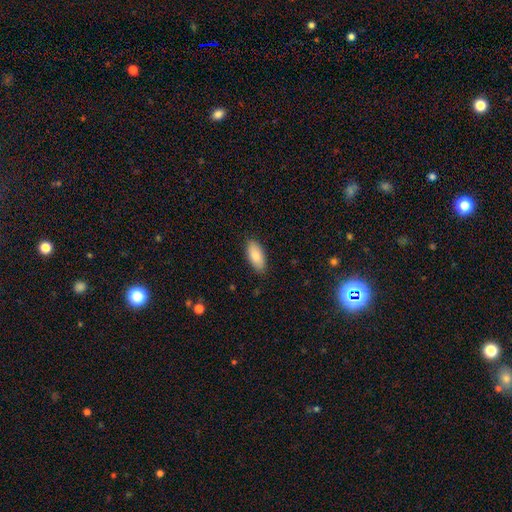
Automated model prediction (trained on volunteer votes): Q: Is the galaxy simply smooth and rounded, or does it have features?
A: smooth — 82%.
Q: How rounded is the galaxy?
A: in between — 89%.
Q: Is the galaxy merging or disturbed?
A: none — 86%.